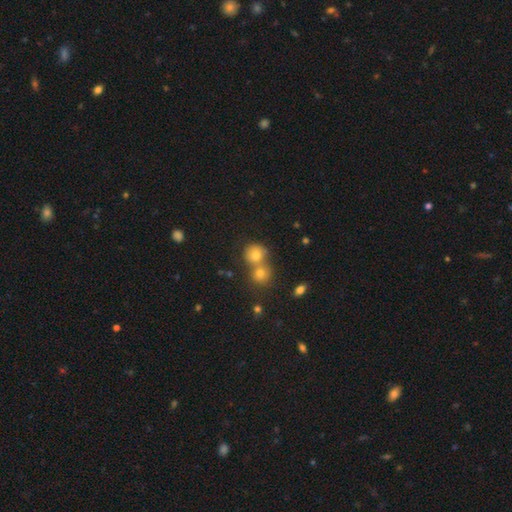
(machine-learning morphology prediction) Overall: smooth (68%). How rounded: round (82%). Merging: none (49%; merger 40%).